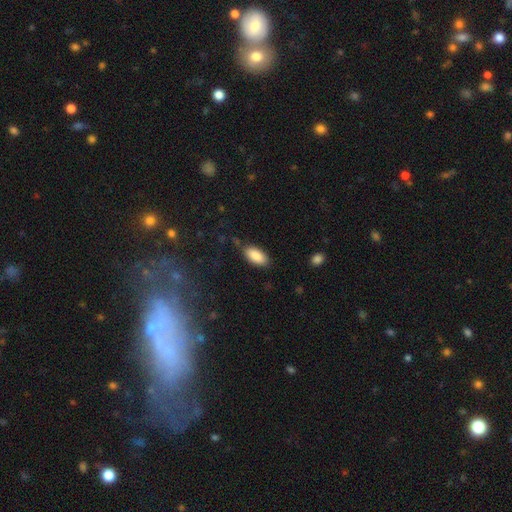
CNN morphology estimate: A smooth galaxy with no disk features (89%) that is in between round and cigar-shaped (92%).

Vote fractions:
- Smooth or featured? smooth: 89% / star or artifact: 6% / featured or disk: 5%
- How rounded? in between: 92% / cigar-shaped: 6% / round: 2%
- Merging? none: 81% / minor disturbance: 13% / major disturbance: 3% / merger: 2%